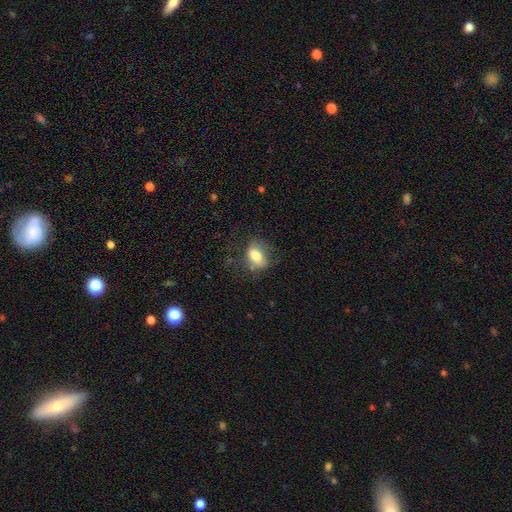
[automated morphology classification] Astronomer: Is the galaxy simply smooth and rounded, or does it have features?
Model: smooth — 72%.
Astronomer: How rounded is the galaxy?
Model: in between — 81%.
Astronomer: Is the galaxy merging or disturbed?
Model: none — 57%.